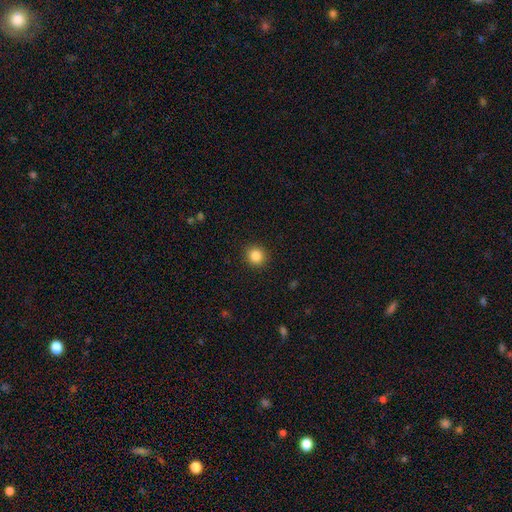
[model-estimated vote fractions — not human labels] smooth_or_featured: smooth (p=0.85) [alt: star or artifact p=0.10]
how_rounded: round (p=0.89) [alt: in between p=0.10]
merging: none (p=0.91) [alt: minor disturbance p=0.06]